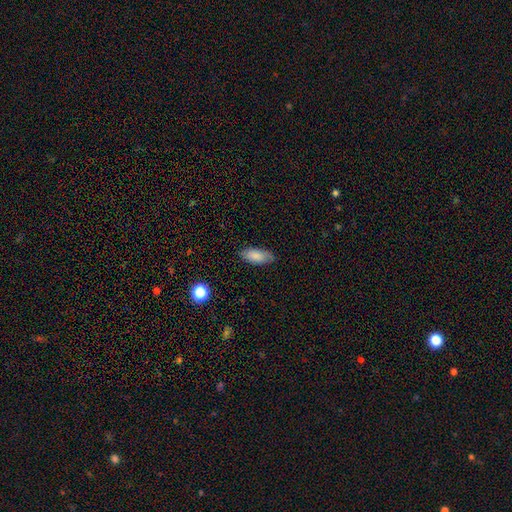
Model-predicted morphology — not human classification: The model was most divided on "merging": none: 81%, minor disturbance: 15%, major disturbance: 3%, merger: 1%. More confident: how rounded — in between (85%); smooth or featured — smooth (84%).